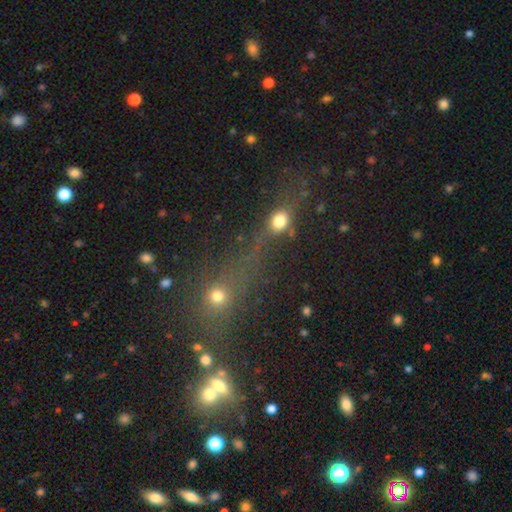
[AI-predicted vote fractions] A star or artifact, not a galaxy (48%).

Vote fractions:
- Smooth or featured? star or artifact: 48% / smooth: 35% / featured or disk: 16%